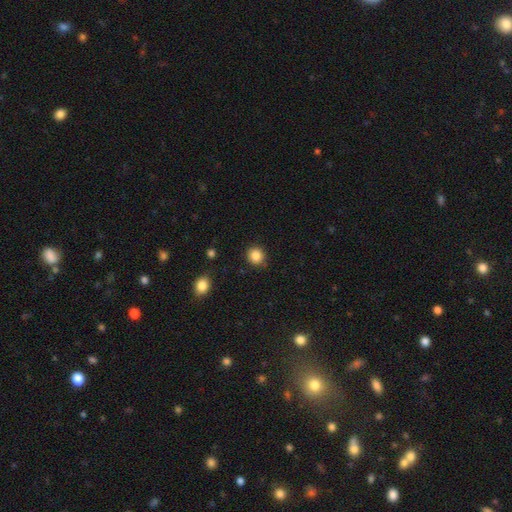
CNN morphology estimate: smooth_or_featured: smooth (p=0.86) [alt: star or artifact p=0.10]
how_rounded: round (p=0.90) [alt: in between p=0.09]
merging: none (p=0.88) [alt: minor disturbance p=0.08]